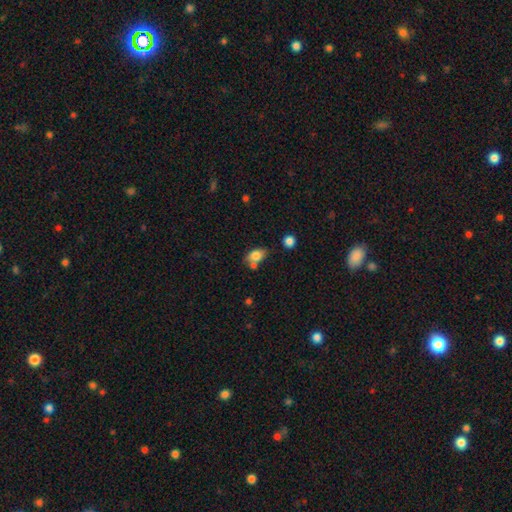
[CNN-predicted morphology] This appears to be a smooth galaxy with no disk features (79%) that is in between round and cigar-shaped (81%). Merging: none (55%).